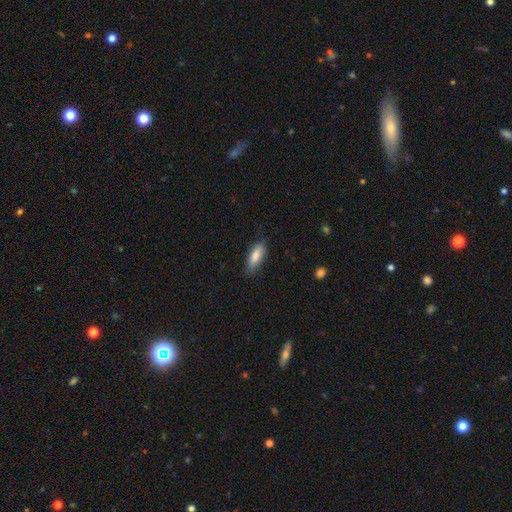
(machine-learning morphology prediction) This is clearly a smooth galaxy (83%). How rounded: likely in between (70%). Merging: likely none (79%).